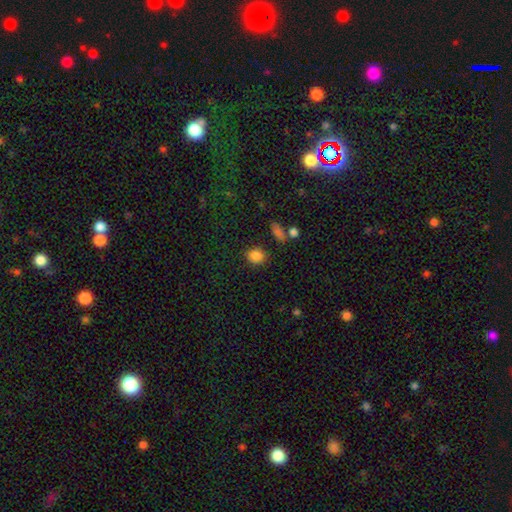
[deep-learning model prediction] Smooth or featured? Predicted: smooth (p=0.84). How rounded? Predicted: round (p=0.67). Merging? Predicted: none (p=0.79).